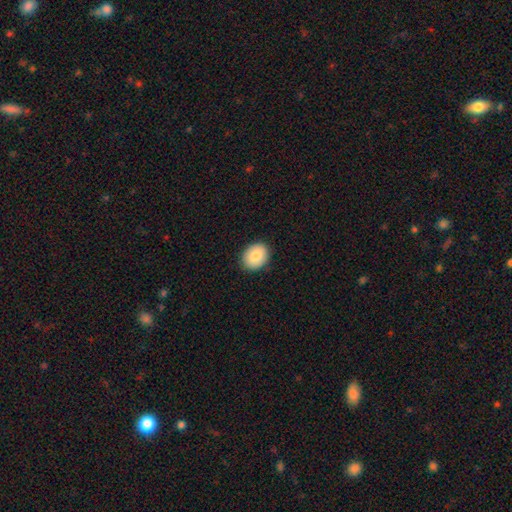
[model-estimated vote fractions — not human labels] Q: Smooth or featured?
A: smooth (83%); runner-up: featured or disk (10%)
Q: How rounded?
A: in between (58%); runner-up: round (41%)
Q: Merging?
A: none (88%); runner-up: minor disturbance (9%)